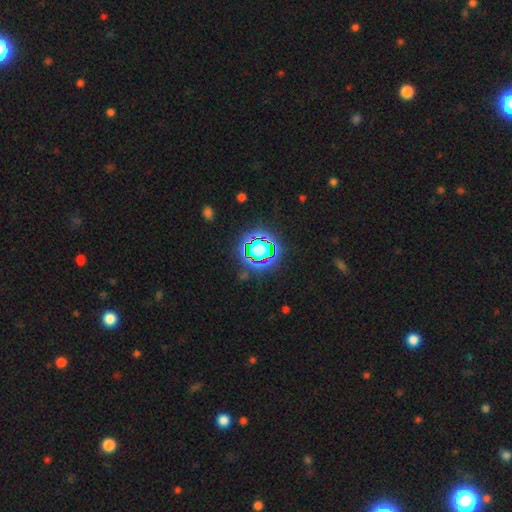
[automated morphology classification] Smooth or featured? star or artifact (75%)